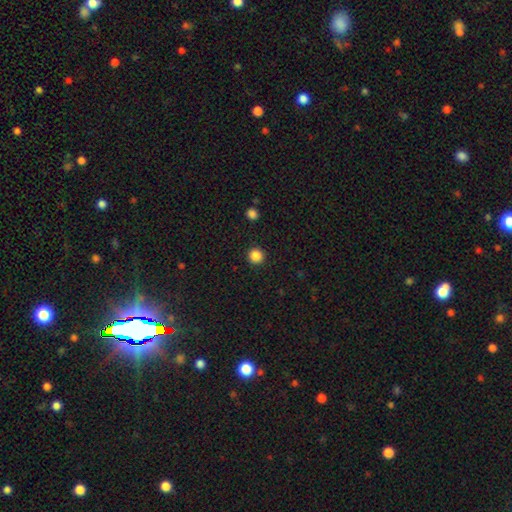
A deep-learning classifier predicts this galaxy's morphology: type=smooth (87%); roundness=round (95%); merging=none (93%).